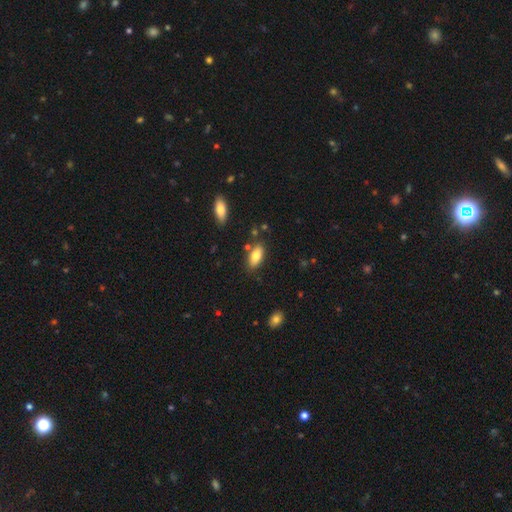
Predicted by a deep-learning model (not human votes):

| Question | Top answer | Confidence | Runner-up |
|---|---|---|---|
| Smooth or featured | smooth | 80% | featured or disk (13%) |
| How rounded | in between | 88% | cigar-shaped (9%) |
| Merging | none | 79% | minor disturbance (13%) |